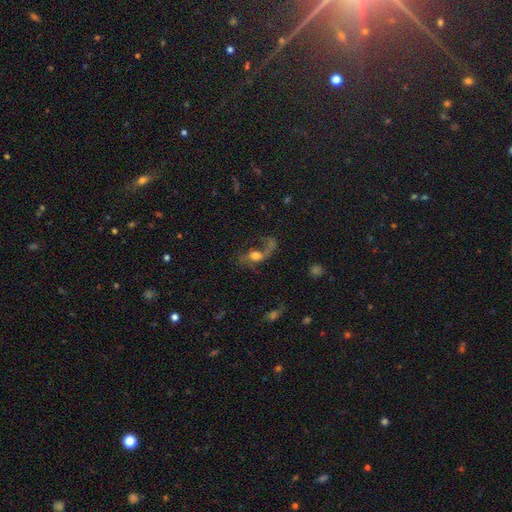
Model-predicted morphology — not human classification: Smooth or featured: featured or disk — 57% (smooth — 30%)
Edge-on disk: no — 92% (yes — 8%)
Bar: no — 63% (weak — 28%)
Spiral arms: yes — 75% (no — 25%)
Bulge size: moderate — 49% (large — 25%)
Merging: major disturbance — 41% (none — 34%)